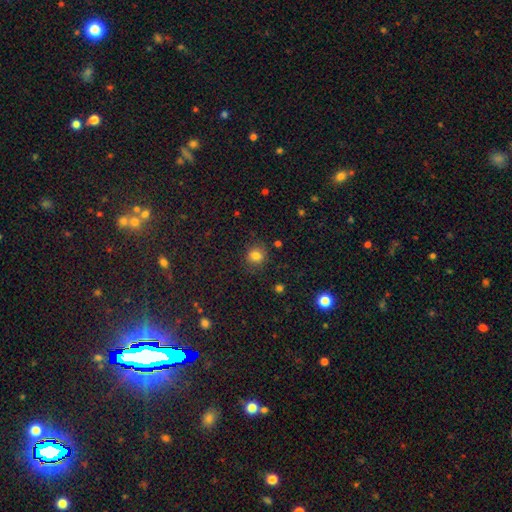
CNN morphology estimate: Q: Smooth or featured?
A: smooth (80%); runner-up: star or artifact (14%)
Q: How rounded?
A: round (85%); runner-up: in between (14%)
Q: Merging?
A: none (83%); runner-up: minor disturbance (12%)